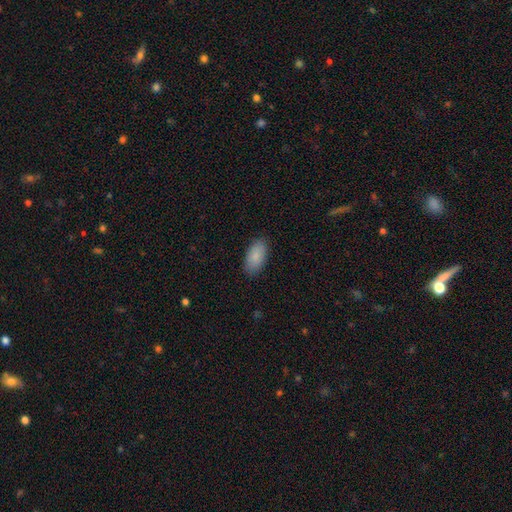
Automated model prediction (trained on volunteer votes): Smooth or featured? Predicted: smooth (p=0.87). How rounded? Predicted: in between (p=0.94). Merging? Predicted: none (p=0.88).